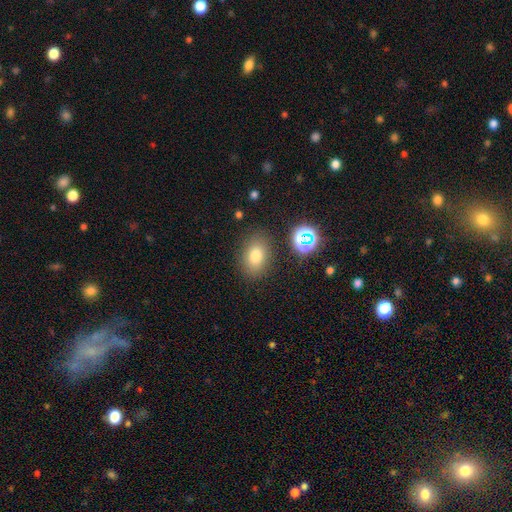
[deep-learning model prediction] Smooth or featured: smooth — 76% (star or artifact — 14%)
How rounded: in between — 74% (round — 25%)
Merging: none — 83% (minor disturbance — 11%)